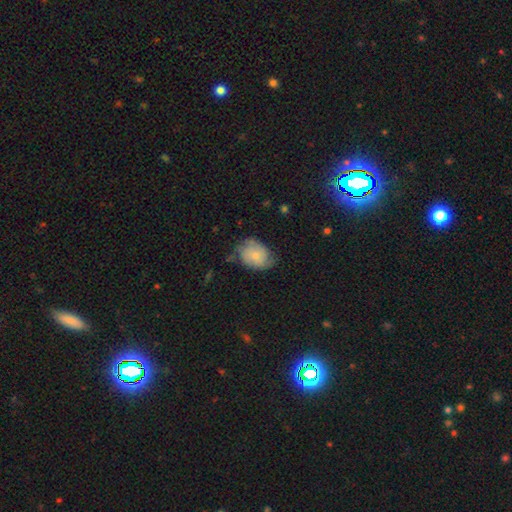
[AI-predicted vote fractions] smooth-or-featured: smooth: 48% | featured or disk: 45% | star or artifact: 7%
  merging: none: 53% | minor disturbance: 33% | major disturbance: 11% | merger: 2%